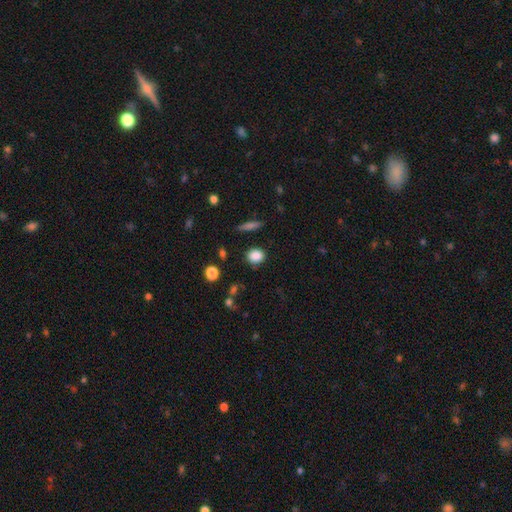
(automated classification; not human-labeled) Overall: smooth (86%). How rounded: round (63%; in between 35%). Merging: none (85%).